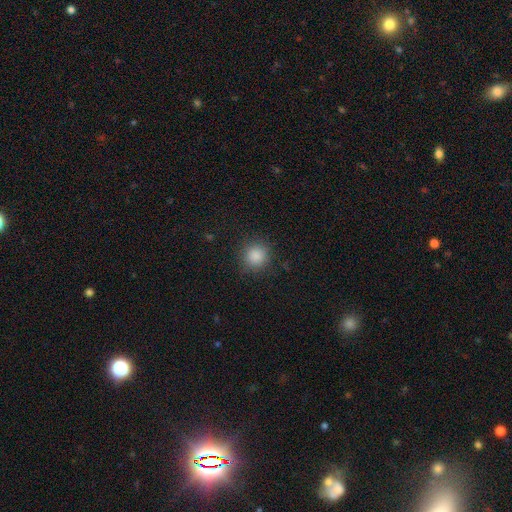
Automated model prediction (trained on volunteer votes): Smooth or featured: smooth — 86% (star or artifact — 11%)
How rounded: round — 92% (in between — 7%)
Merging: none — 88% (minor disturbance — 8%)